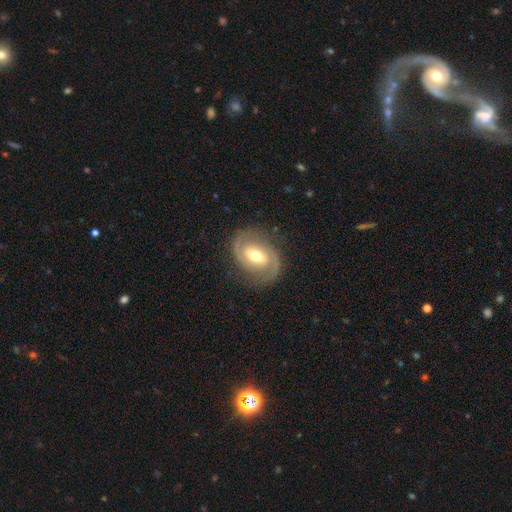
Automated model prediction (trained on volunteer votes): Smooth or featured: featured or disk — 86% (smooth — 9%)
Edge-on disk: no — 97% (yes — 3%)
Bar: weak — 45% (no — 30%)
Spiral arms: yes — 95% (no — 5%)
Spiral winding: medium — 48% (tight — 39%)
Spiral arm count: 2 — 91% (can't tell — 4%)
Bulge size: moderate — 70% (small — 21%)
Merging: none — 82% (minor disturbance — 13%)